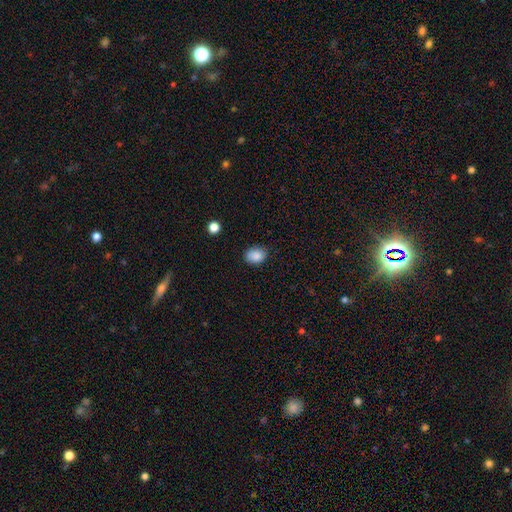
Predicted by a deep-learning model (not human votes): smooth-or-featured: smooth: 88% | star or artifact: 8% | featured or disk: 4%
  how-rounded: in between: 67% | round: 32% | cigar-shaped: 1%
  merging: none: 82% | minor disturbance: 14% | major disturbance: 3% | merger: 1%